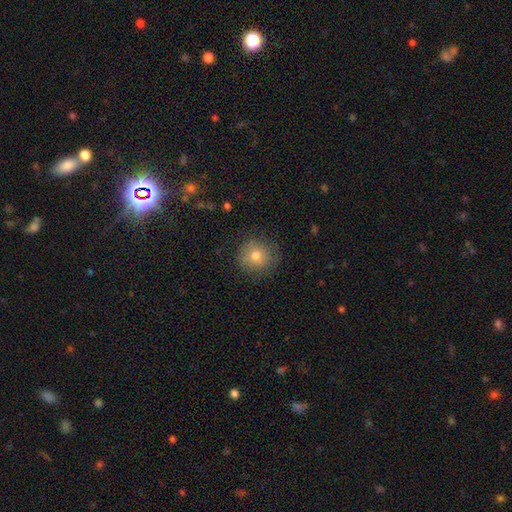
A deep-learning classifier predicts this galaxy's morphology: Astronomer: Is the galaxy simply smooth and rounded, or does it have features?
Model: smooth — 75%.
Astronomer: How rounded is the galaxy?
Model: round — 91%.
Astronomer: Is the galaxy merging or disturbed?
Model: none — 80%.